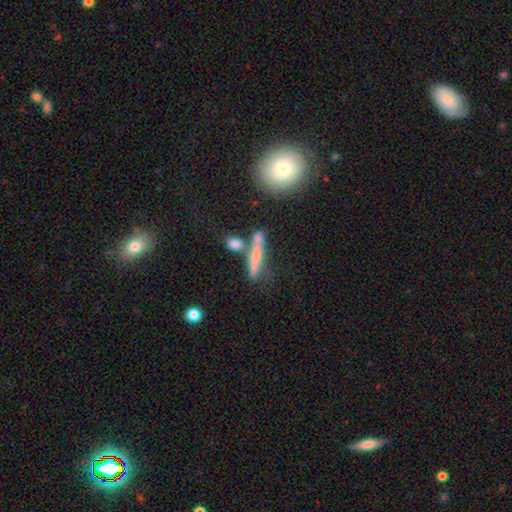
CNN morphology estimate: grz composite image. It shows a smooth galaxy with no disk features (59%) that is cigar-shaped (84%). Merging: none (54%).